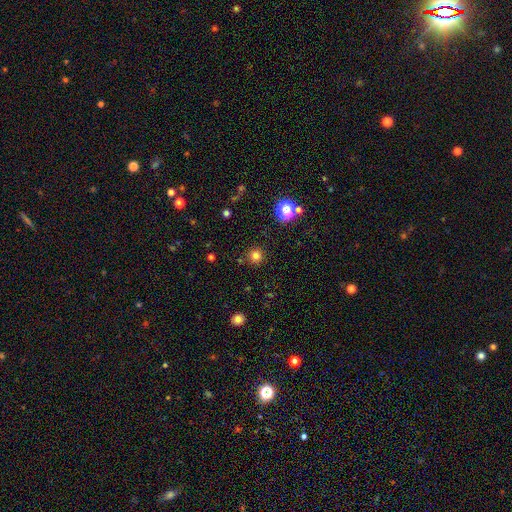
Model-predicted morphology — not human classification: smooth_or_featured: smooth (p=0.78) [alt: star or artifact p=0.17]
how_rounded: round (p=0.95) [alt: in between p=0.04]
merging: none (p=0.89) [alt: minor disturbance p=0.06]